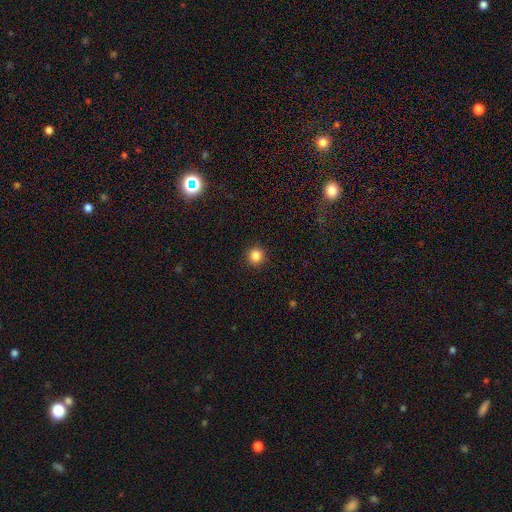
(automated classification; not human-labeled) The model was most divided on "smooth or featured": smooth: 84%, star or artifact: 12%, featured or disk: 4%. More confident: how rounded — round (94%); merging — none (93%).